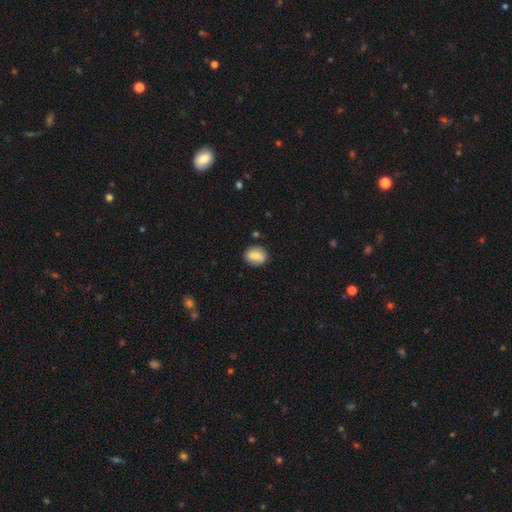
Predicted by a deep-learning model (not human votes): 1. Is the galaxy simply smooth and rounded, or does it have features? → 80% smooth, 13% featured or disk, 8% star or artifact.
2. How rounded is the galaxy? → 57% in between, 42% round, 1% cigar-shaped.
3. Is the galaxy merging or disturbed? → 84% none, 12% minor disturbance, 3% major disturbance, 2% merger.